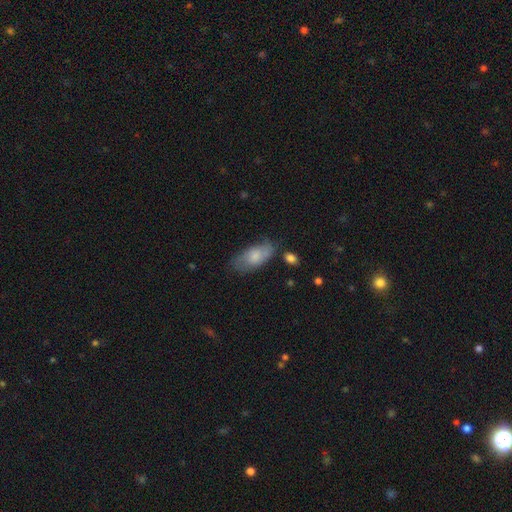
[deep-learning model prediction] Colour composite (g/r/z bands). It shows a smooth galaxy with no disk features (66%) that is in between round and cigar-shaped (90%). Merging: none (59%).